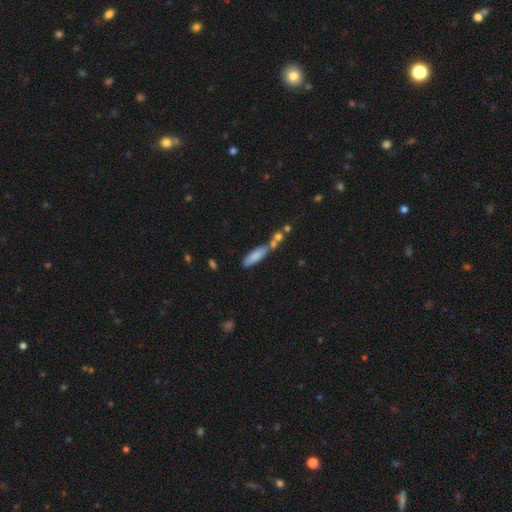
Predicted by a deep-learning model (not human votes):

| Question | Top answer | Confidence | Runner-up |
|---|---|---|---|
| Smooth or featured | smooth | 78% | featured or disk (14%) |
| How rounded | cigar-shaped | 65% | in between (33%) |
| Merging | none | 47% | merger (27%) |